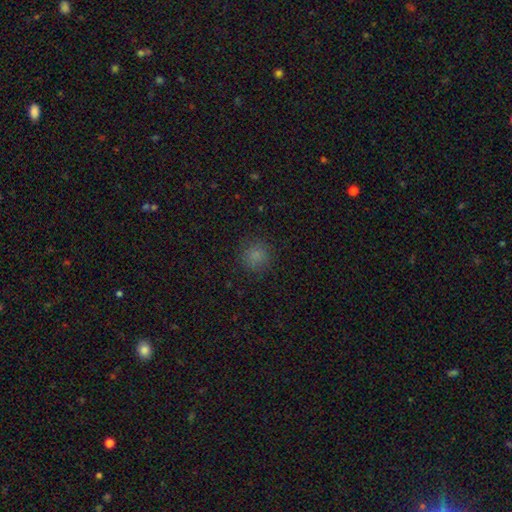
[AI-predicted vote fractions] This appears to be a smooth galaxy with no disk features (81%) that is round (90%). Merging: none (85%).